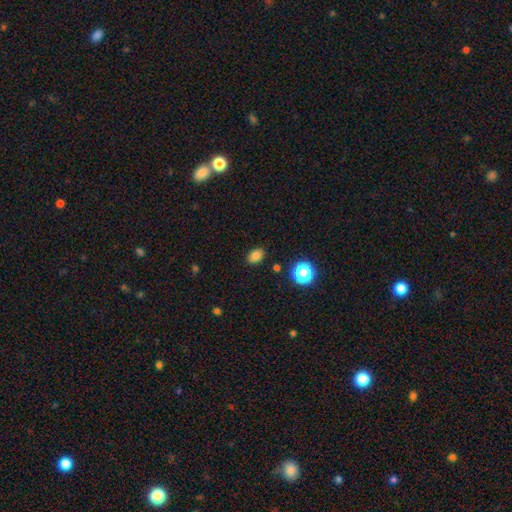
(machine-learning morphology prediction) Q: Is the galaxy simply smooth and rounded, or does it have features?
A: smooth — 79%.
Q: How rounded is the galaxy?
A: in between — 71%.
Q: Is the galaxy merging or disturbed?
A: none — 87%.